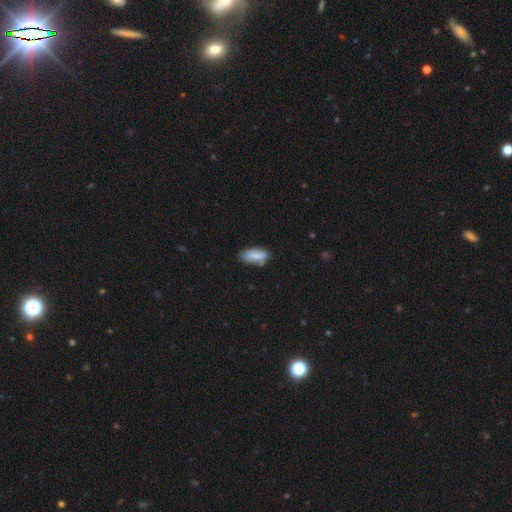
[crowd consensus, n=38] smooth 92%, featured or disk 5%, star or artifact 3%. Down the decision tree: how rounded — in between (86%); merging — none (73%).